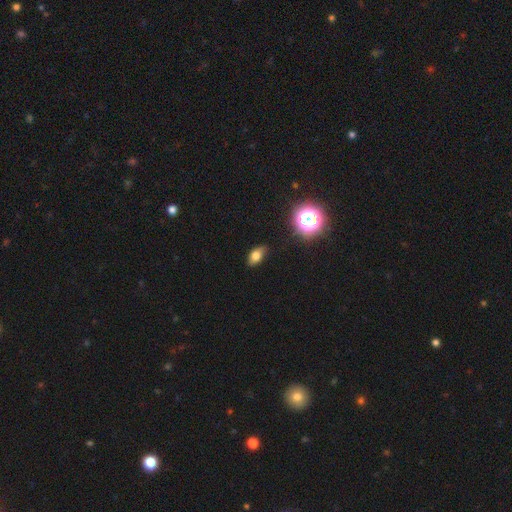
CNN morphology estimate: The model was most divided on "smooth or featured": smooth: 71%, star or artifact: 15%, featured or disk: 14%. More confident: how rounded — in between (84%); merging — none (79%).